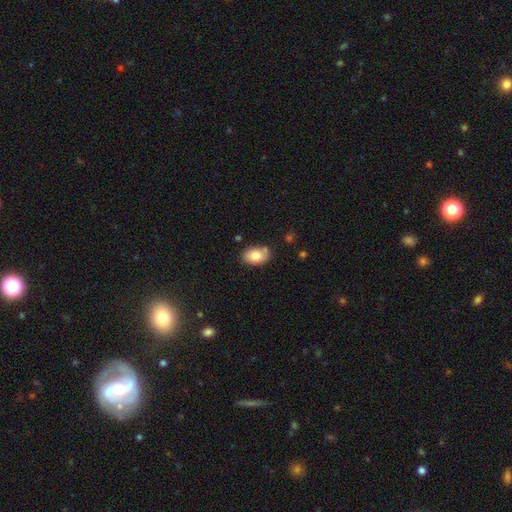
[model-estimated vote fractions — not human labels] This is clearly a smooth galaxy (80%). How rounded: clearly in between (86%). Merging: likely none (75%).